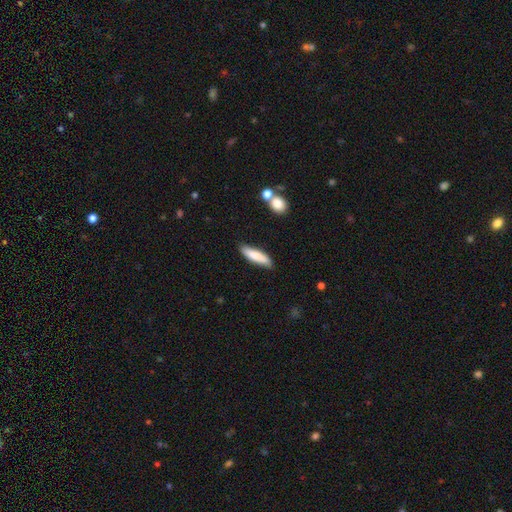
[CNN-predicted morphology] Smooth or featured: smooth — 79% (featured or disk — 15%)
How rounded: cigar-shaped — 69% (in between — 29%)
Merging: none — 83% (minor disturbance — 12%)